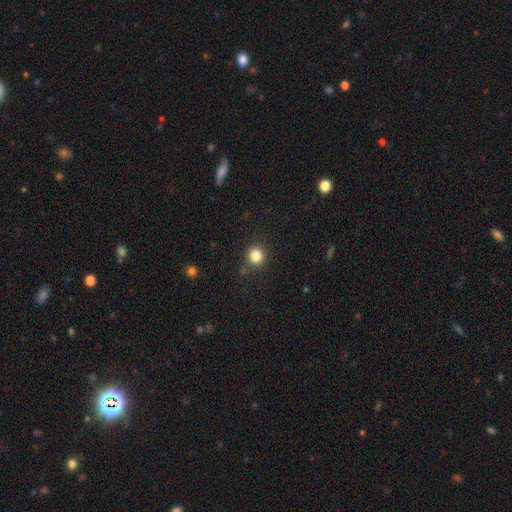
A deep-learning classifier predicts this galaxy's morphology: The model was most divided on "smooth or featured": smooth: 84%, star or artifact: 12%, featured or disk: 5%. More confident: how rounded — round (90%); merging — none (84%).